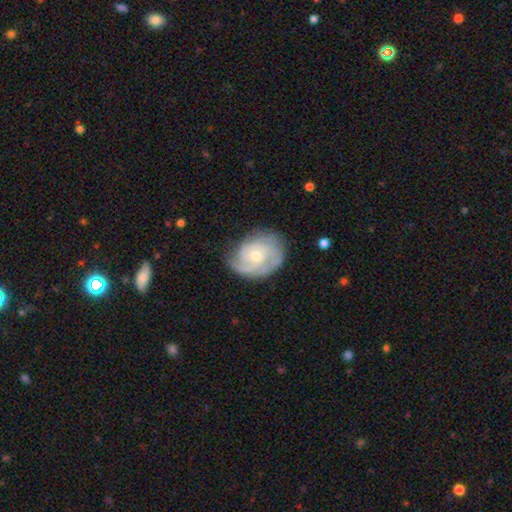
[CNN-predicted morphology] A featured or disk galaxy (82%) with no bar (75%), 2 (33%) tight (65%) spiral arms (94%) and a small central bulge (64%). Merging: none (70%).